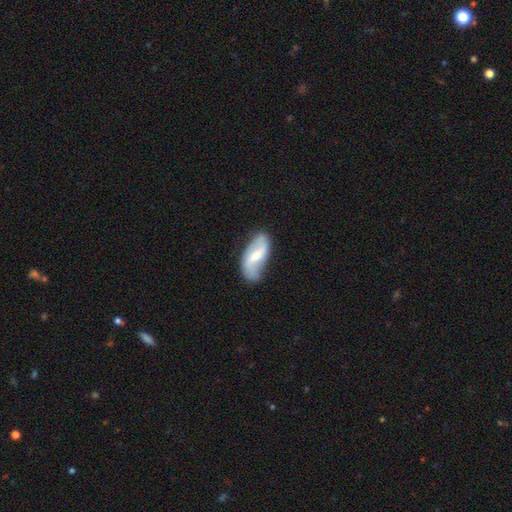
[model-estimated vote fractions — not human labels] Overall: featured or disk (65%; smooth 29%). Edge-on disk: no (93%). Bar: weak (45%; strong 37%). Spiral arms: yes (82%). Bulge size: moderate (47%; small 45%). Merging: none (71%).